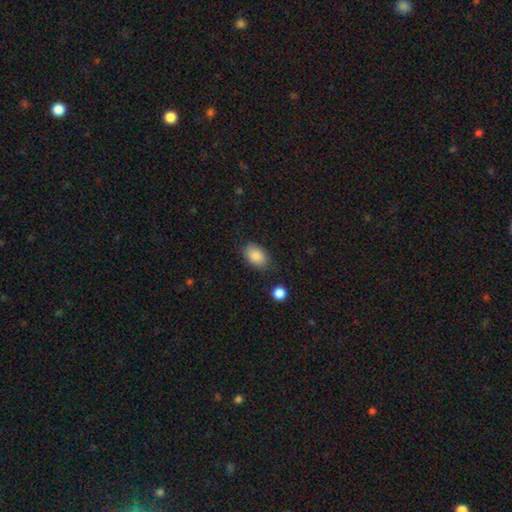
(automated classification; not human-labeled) Q: Smooth or featured?
A: smooth (87%); runner-up: star or artifact (7%)
Q: How rounded?
A: in between (89%); runner-up: round (10%)
Q: Merging?
A: none (80%); runner-up: minor disturbance (14%)